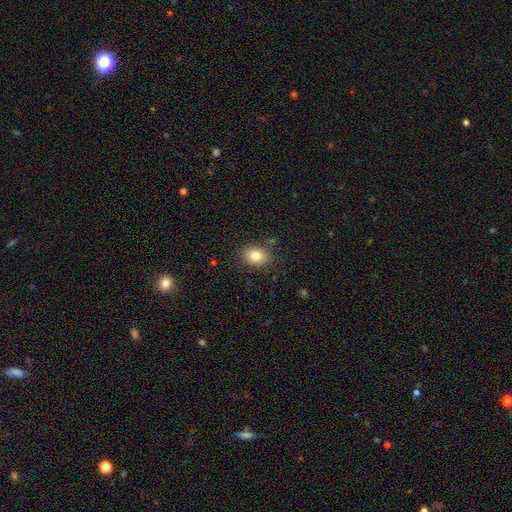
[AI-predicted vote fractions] A smooth galaxy with no disk features (81%) that is in between round and cigar-shaped (52%). Merging: none (83%).